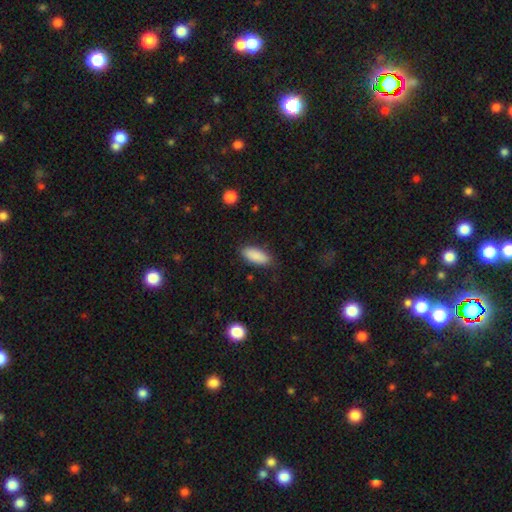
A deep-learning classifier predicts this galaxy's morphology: The model was most divided on "how rounded": in between: 81%, cigar-shaped: 17%, round: 2%. More confident: smooth or featured — smooth (89%); merging — none (84%).